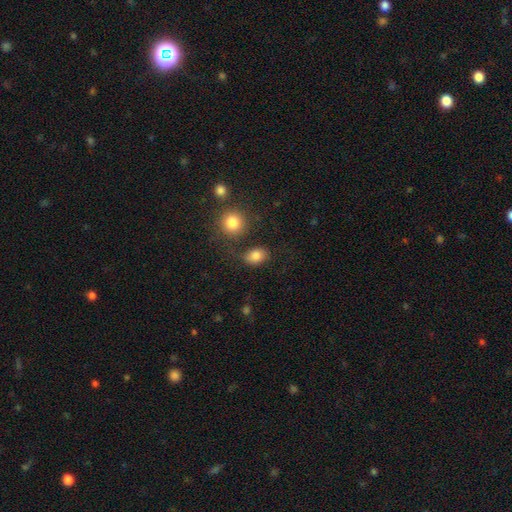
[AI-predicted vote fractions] This is clearly a smooth galaxy (82%). How rounded: likely in between (67%). Merging: likely none (69%).